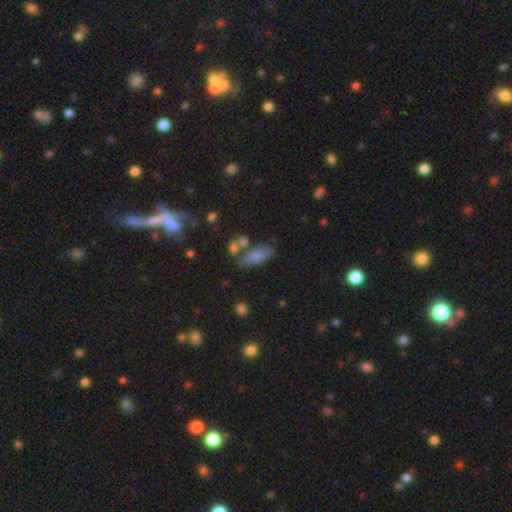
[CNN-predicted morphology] This is likely a smooth galaxy (74%). How rounded: likely in between (71%). Merging: possibly none (57%).